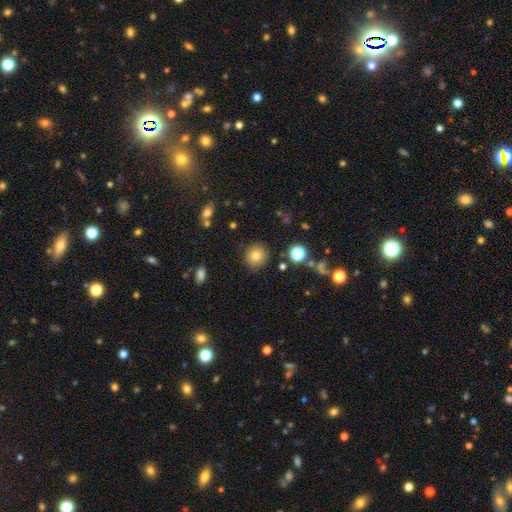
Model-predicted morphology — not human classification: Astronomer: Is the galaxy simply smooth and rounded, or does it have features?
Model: smooth — 79%.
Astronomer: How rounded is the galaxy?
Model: round — 91%.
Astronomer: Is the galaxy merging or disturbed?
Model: none — 88%.